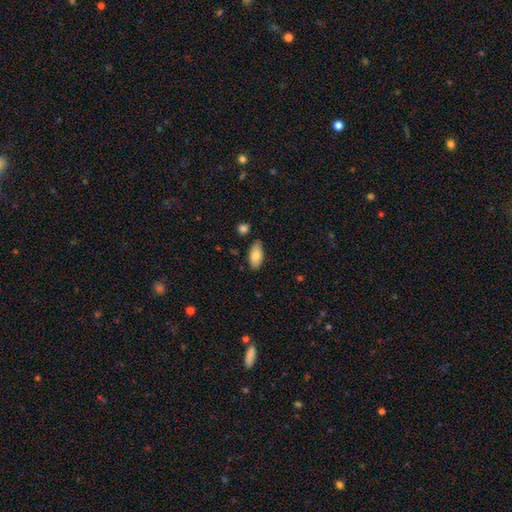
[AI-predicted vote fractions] Overall: smooth (79%). How rounded: in between (92%). Merging: none (82%).